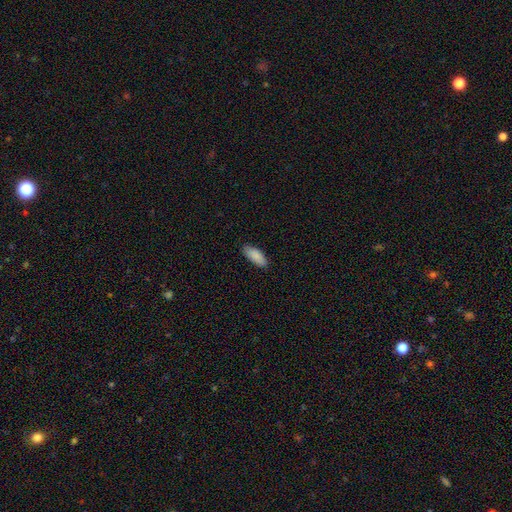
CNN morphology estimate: Smooth or featured? smooth (89%)
How rounded? in between (83%)
Merging? none (86%)